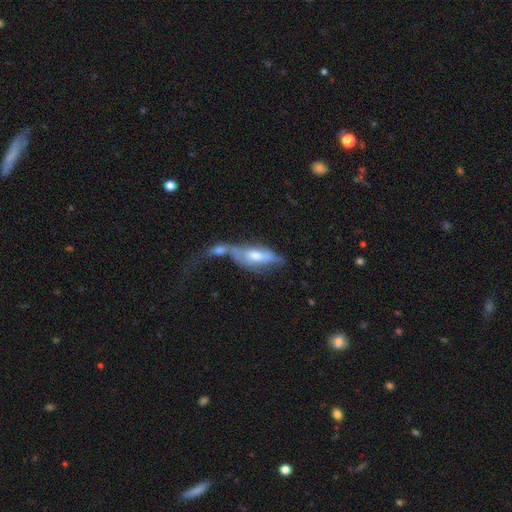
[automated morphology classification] type=featured or disk (53%); edge-on=no (71%); merging=merger (56%).